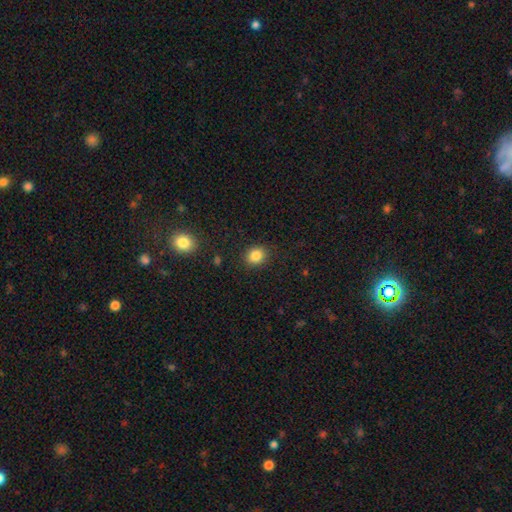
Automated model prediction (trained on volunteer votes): Smooth or featured? Predicted: smooth (p=0.84). How rounded? Predicted: round (p=0.70). Merging? Predicted: none (p=0.87).